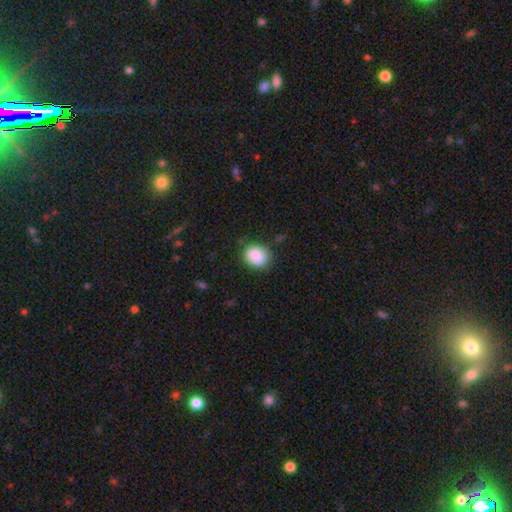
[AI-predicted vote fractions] This is clearly a smooth galaxy (88%). How rounded: likely round (60%). Merging: clearly none (80%).